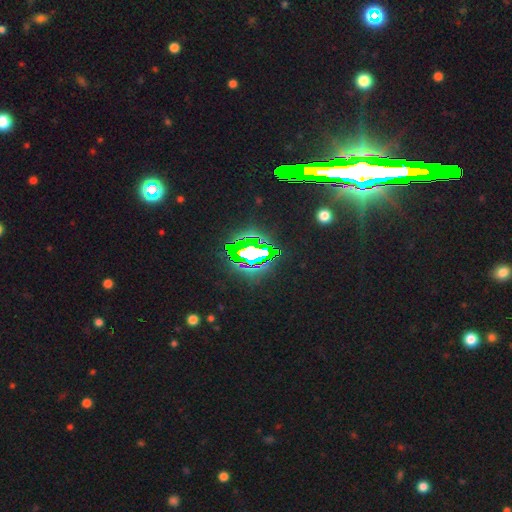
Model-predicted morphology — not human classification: This appears to be a star or artifact, not a galaxy (71%).